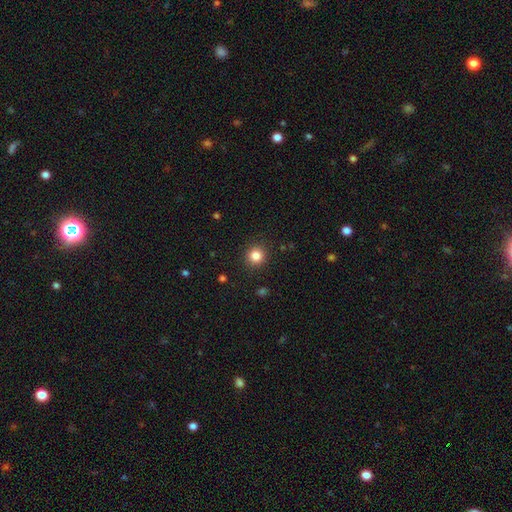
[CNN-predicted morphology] smooth 83%, star or artifact 12%, featured or disk 5%. Down the decision tree: how rounded — round (93%); merging — none (91%).